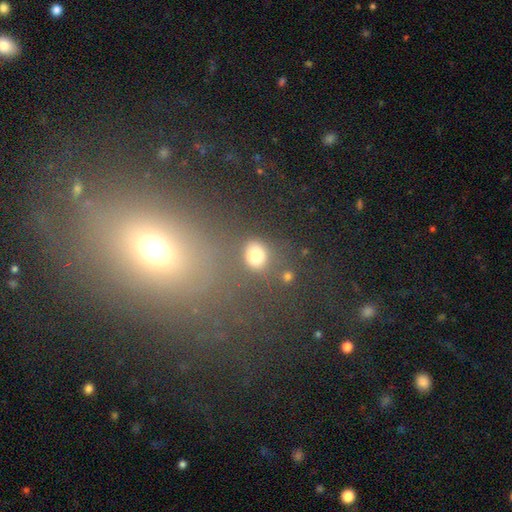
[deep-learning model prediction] A smooth galaxy with no disk features (76%) that is round (57%).

Vote fractions:
- Smooth or featured? smooth: 76% / star or artifact: 17% / featured or disk: 8%
- How rounded? round: 57% / in between: 41% / cigar-shaped: 2%
- Merging? none: 74% / minor disturbance: 13% / merger: 7% / major disturbance: 6%